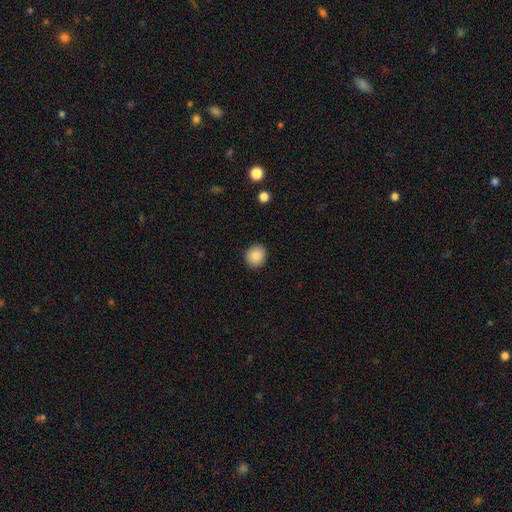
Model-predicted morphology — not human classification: Smooth or featured: smooth — 88% (star or artifact — 8%)
How rounded: round — 83% (in between — 16%)
Merging: none — 91% (minor disturbance — 6%)